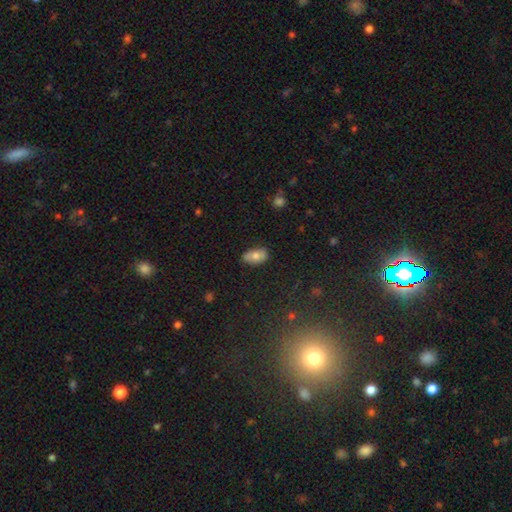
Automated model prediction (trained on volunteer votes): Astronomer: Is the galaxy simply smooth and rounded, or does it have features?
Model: smooth — 70%.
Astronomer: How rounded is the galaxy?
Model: in between — 92%.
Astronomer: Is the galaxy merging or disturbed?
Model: none — 79%.